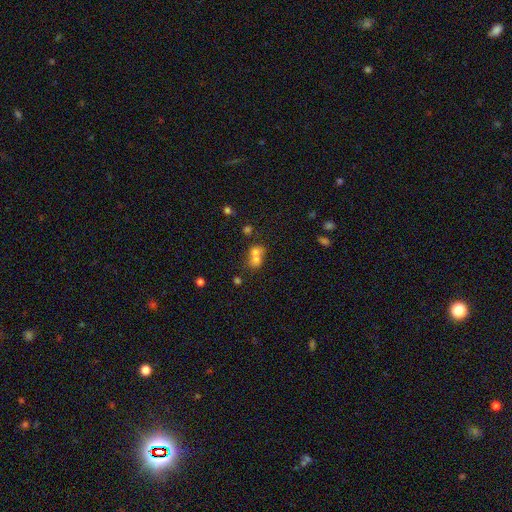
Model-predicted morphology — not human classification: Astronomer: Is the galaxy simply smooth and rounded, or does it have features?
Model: smooth — 68%.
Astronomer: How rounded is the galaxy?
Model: round — 63%.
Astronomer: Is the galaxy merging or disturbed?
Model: merger — 67%.